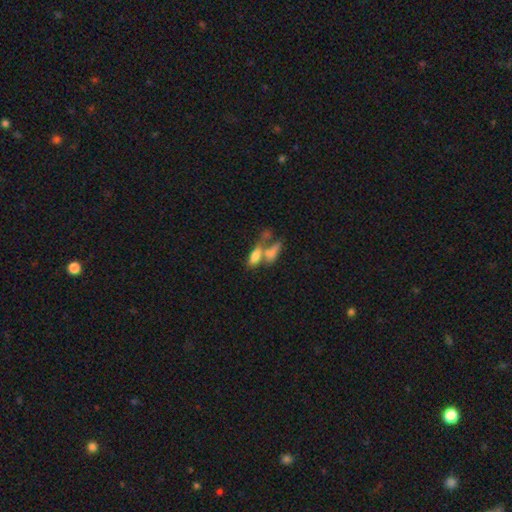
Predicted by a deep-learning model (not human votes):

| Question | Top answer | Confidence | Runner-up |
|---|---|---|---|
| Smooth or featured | smooth | 68% | featured or disk (21%) |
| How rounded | in between | 75% | cigar-shaped (20%) |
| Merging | merger | 59% | none (22%) |